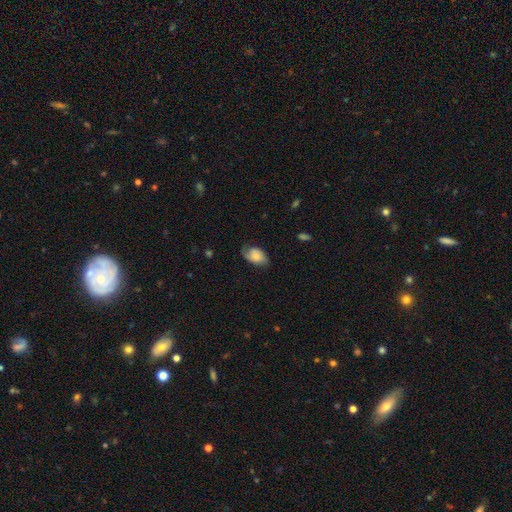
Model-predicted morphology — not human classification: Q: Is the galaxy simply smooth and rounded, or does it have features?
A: smooth — 52%.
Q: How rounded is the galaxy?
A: in between — 88%.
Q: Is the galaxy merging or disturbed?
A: none — 62%.